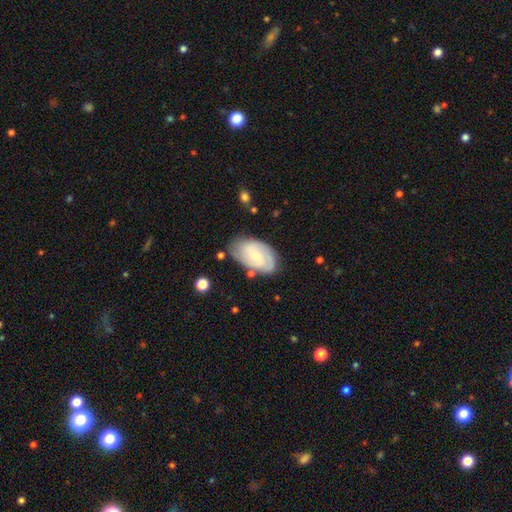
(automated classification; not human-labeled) The model was most divided on "bar": no: 55%, weak: 38%, strong: 7%. More confident: edge-on disk — no (95%); spiral arms — yes (82%); merging — none (71%); bulge size — small (60%); smooth or featured — featured or disk (57%).